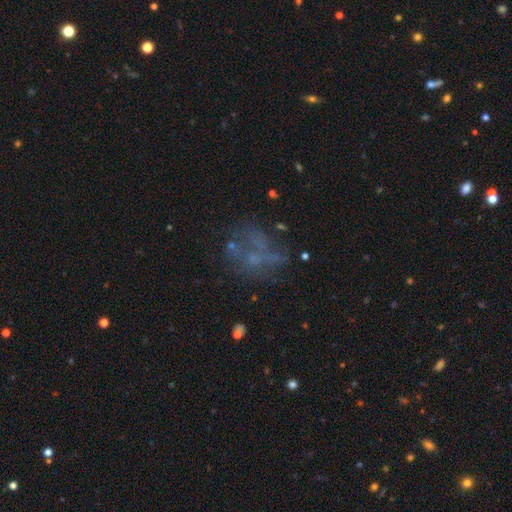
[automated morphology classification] smooth_or_featured: featured or disk (p=0.44) [alt: star or artifact p=0.31]
merging: none (p=0.51) [alt: major disturbance p=0.25]